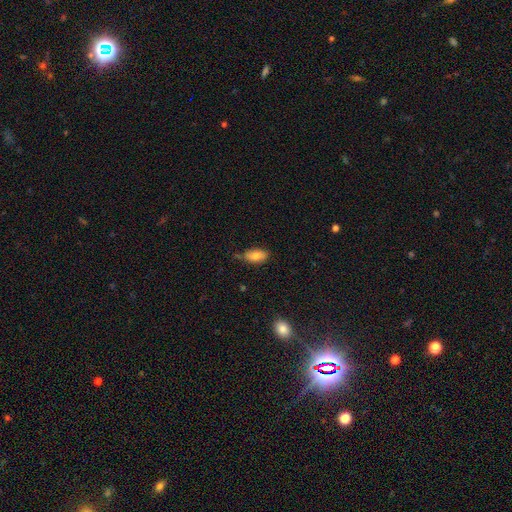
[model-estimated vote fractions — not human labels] Smooth or featured: smooth — 81% (featured or disk — 11%)
How rounded: in between — 90% (cigar-shaped — 6%)
Merging: none — 69% (minor disturbance — 24%)